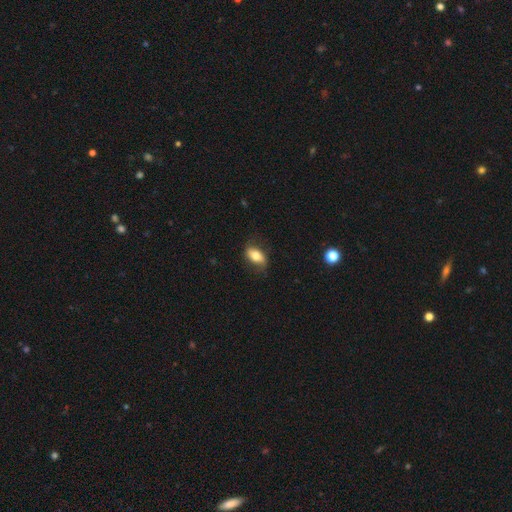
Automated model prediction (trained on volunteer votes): smooth_or_featured: smooth (p=0.70) [alt: featured or disk p=0.22]
how_rounded: in between (p=0.86) [alt: round p=0.08]
merging: none (p=0.74) [alt: minor disturbance p=0.19]